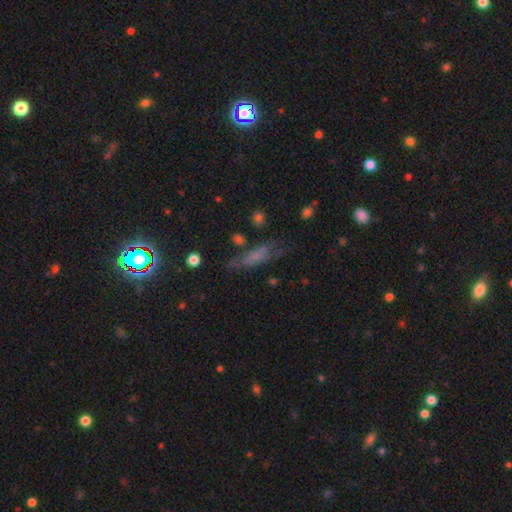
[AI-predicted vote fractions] A smooth galaxy with no disk features (46%). Merging: none (56%).